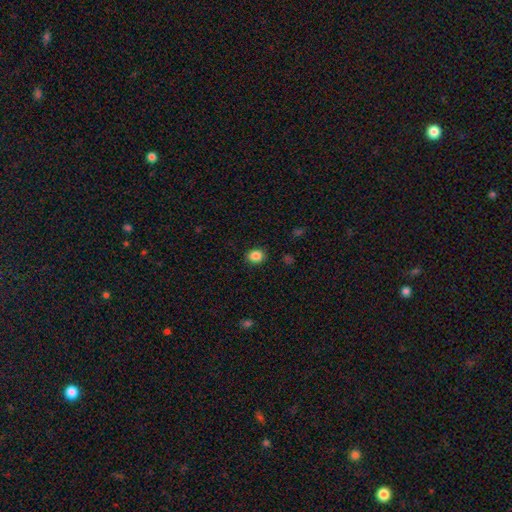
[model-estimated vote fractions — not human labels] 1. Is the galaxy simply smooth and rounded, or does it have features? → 86% smooth, 10% star or artifact, 4% featured or disk.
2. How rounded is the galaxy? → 61% round, 38% in between, 1% cigar-shaped.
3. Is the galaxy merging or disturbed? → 89% none, 7% minor disturbance, 2% major disturbance, 1% merger.